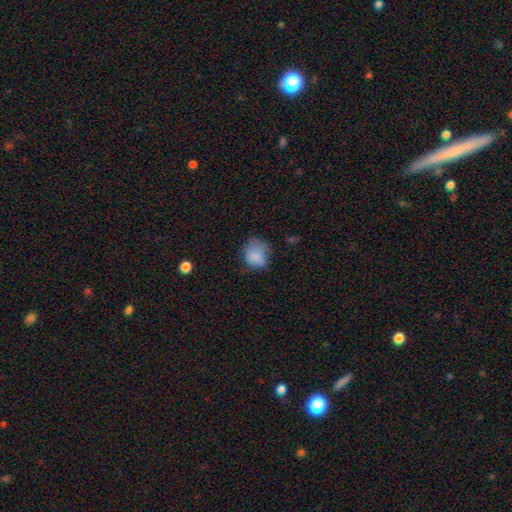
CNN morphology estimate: Smooth or featured?
  - smooth: 79% *
  - featured or disk: 11%
  - star or artifact: 10%
How rounded?
  - round: 65% *
  - in between: 35%
  - cigar-shaped: 1%
Merging?
  - none: 48% *
  - minor disturbance: 32%
  - major disturbance: 17%
  - merger: 2%